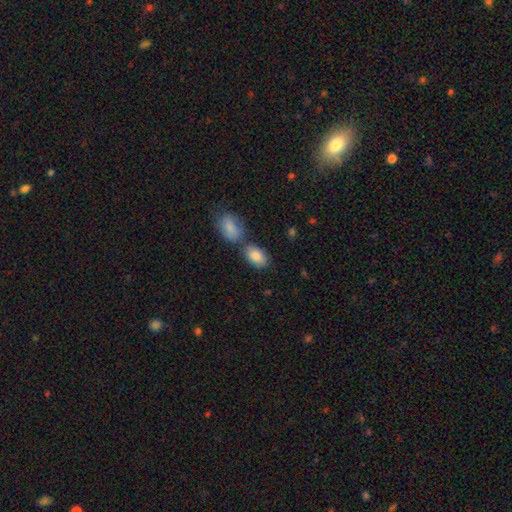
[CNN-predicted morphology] smooth 86%, featured or disk 7%, star or artifact 7%. Down the decision tree: how rounded — in between (92%); merging — none (56%).